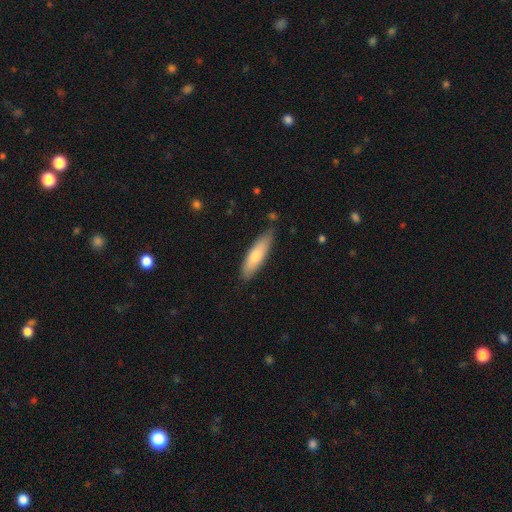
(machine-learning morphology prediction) smooth-or-featured: smooth: 72% | featured or disk: 23% | star or artifact: 5%
  how-rounded: cigar-shaped: 61% | in between: 37% | round: 2%
  merging: none: 81% | minor disturbance: 15% | major disturbance: 2% | merger: 2%